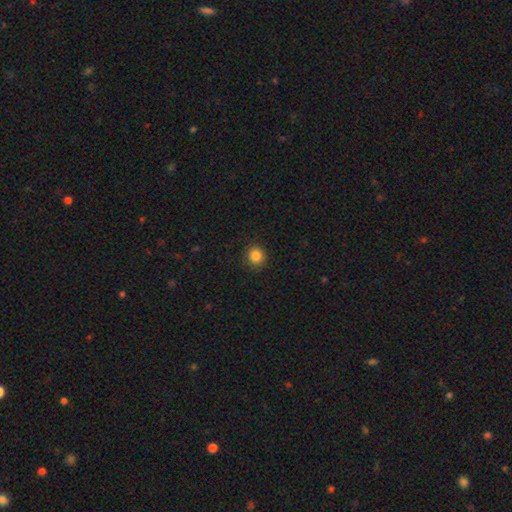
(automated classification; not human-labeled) smooth-or-featured: smooth: 85% | star or artifact: 11% | featured or disk: 4%
  how-rounded: round: 90% | in between: 9% | cigar-shaped: 1%
  merging: none: 89% | minor disturbance: 7% | major disturbance: 2% | merger: 1%